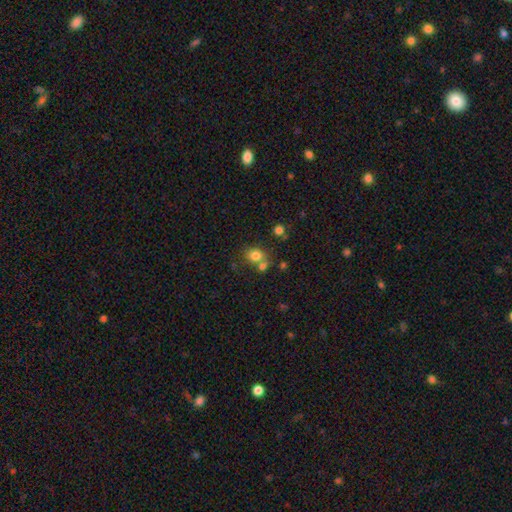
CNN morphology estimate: The model was most divided on "how rounded": round: 55%, in between: 44%, cigar-shaped: 1%. More confident: smooth or featured — smooth (79%); merging — none (56%).